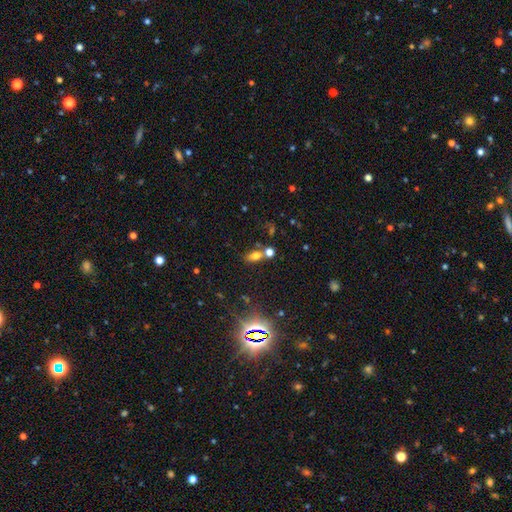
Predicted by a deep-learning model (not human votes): Overall: smooth (66%). How rounded: in between (79%). Merging: none (56%; merger 28%).